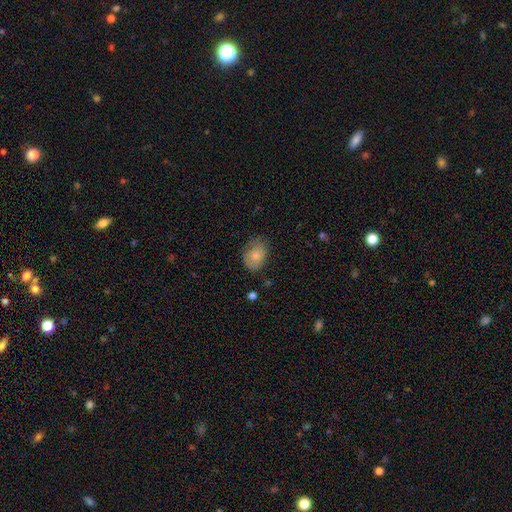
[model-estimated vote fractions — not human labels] Smooth or featured? smooth (80%)
How rounded? in between (73%)
Merging? none (62%)